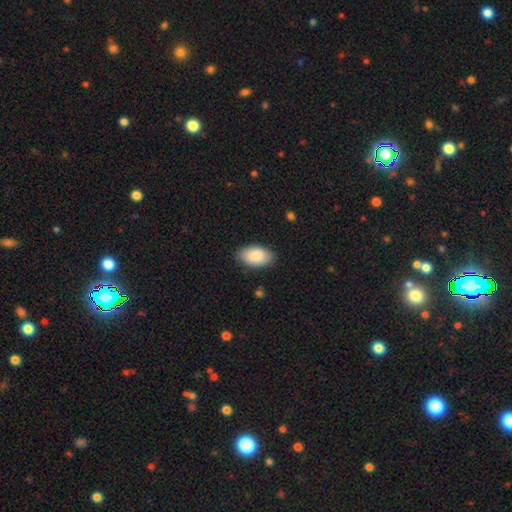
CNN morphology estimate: Q: Smooth or featured?
A: smooth (86%); runner-up: featured or disk (8%)
Q: How rounded?
A: in between (94%); runner-up: round (4%)
Q: Merging?
A: none (84%); runner-up: minor disturbance (12%)